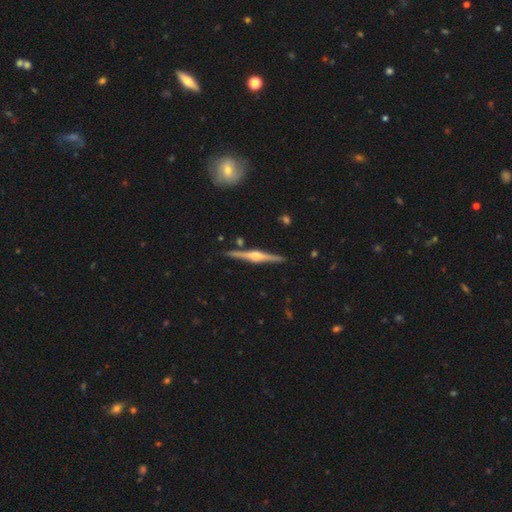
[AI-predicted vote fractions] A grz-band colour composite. It shows a featured or disk galaxy (82%) viewed edge-on (98%) with a rounded central bulge (88%). Merging: none (90%).